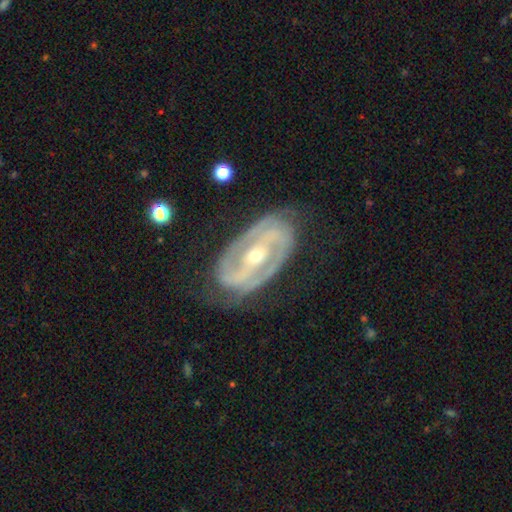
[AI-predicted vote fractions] Smooth or featured?
  - featured or disk: 90% *
  - smooth: 5%
  - star or artifact: 5%
Edge-on disk?
  - no: 95% *
  - yes: 5%
Bar?
  - strong: 58% *
  - weak: 26%
  - no: 16%
Spiral arms?
  - yes: 94% *
  - no: 6%
Spiral winding?
  - tight: 49% *
  - medium: 39%
  - loose: 12%
Spiral arm count?
  - 2: 81% *
  - can't tell: 8%
  - 3: 6%
  - 1: 2%
  - 4: 2%
  - more than 4: 2%
Bulge size?
  - small: 52% *
  - moderate: 45%
  - large: 1%
  - none: 1%
  - dominant: 1%
Merging?
  - none: 74% *
  - minor disturbance: 17%
  - major disturbance: 8%
  - merger: 1%